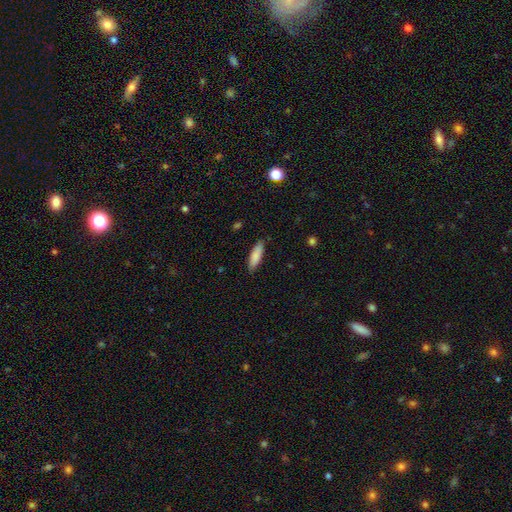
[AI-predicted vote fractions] A smooth galaxy with no disk features (85%) that is cigar-shaped (58%). Merging: none (85%).